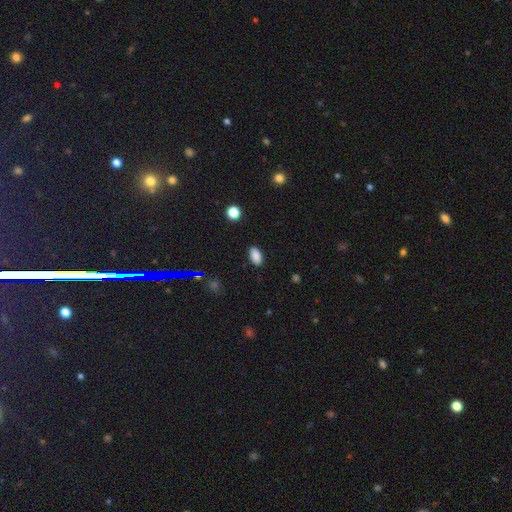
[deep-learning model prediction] Morphology: type=smooth (87%); roundness=in between (92%); merging=none (89%).